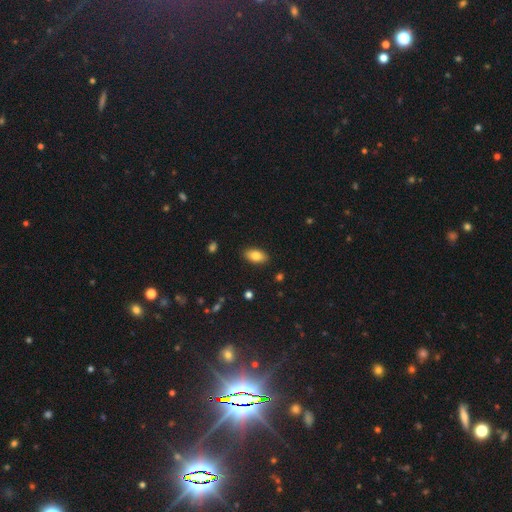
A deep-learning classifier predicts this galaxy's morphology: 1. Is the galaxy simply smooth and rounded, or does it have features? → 82% smooth, 10% featured or disk, 7% star or artifact.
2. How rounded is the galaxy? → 91% in between, 5% cigar-shaped, 3% round.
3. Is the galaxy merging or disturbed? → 88% none, 9% minor disturbance, 2% major disturbance, 1% merger.